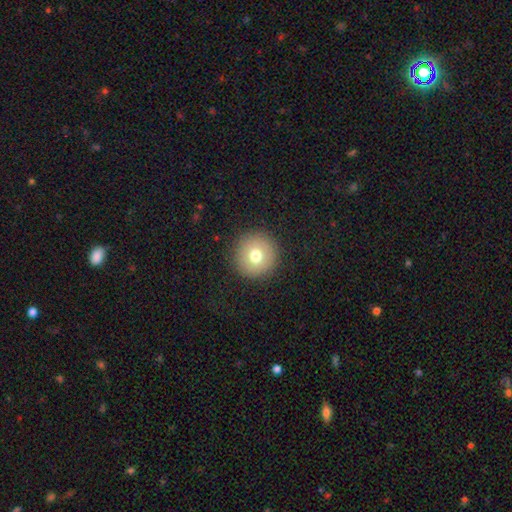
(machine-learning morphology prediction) A smooth galaxy with no disk features (74%) that is round (96%).

Vote fractions:
- Smooth or featured? smooth: 74% / featured or disk: 14% / star or artifact: 12%
- How rounded? round: 96% / in between: 3% / cigar-shaped: 1%
- Merging? none: 91% / minor disturbance: 5% / major disturbance: 2% / merger: 1%